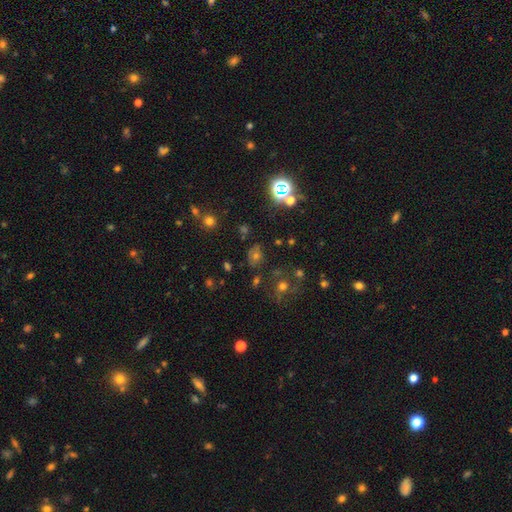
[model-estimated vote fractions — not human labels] Smooth or featured? star or artifact (47%)